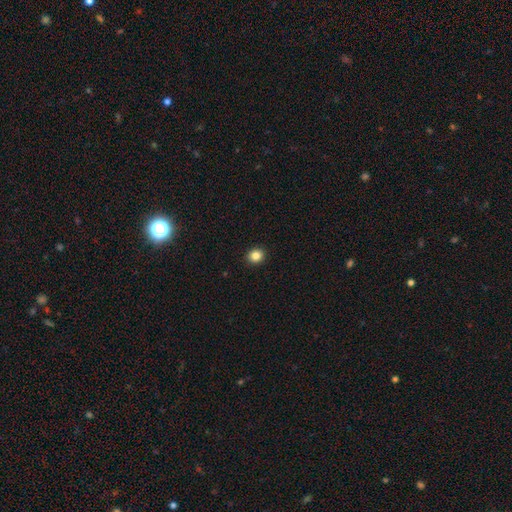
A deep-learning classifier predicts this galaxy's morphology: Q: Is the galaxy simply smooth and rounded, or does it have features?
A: smooth — 85%.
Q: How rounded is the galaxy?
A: round — 75%.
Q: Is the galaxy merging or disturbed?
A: none — 92%.